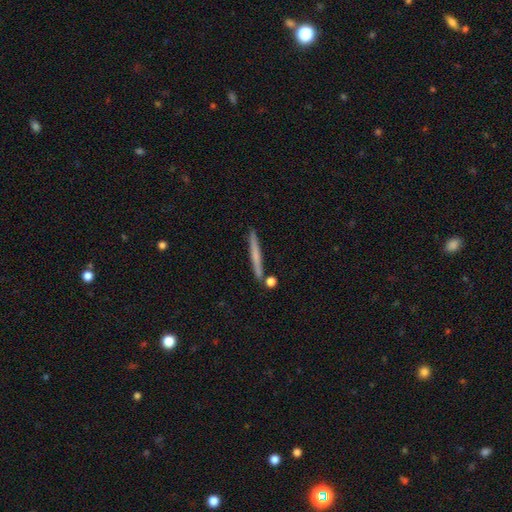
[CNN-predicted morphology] smooth 58%, featured or disk 36%, star or artifact 6%. Down the decision tree: how rounded — cigar-shaped (96%); merging — none (85%).